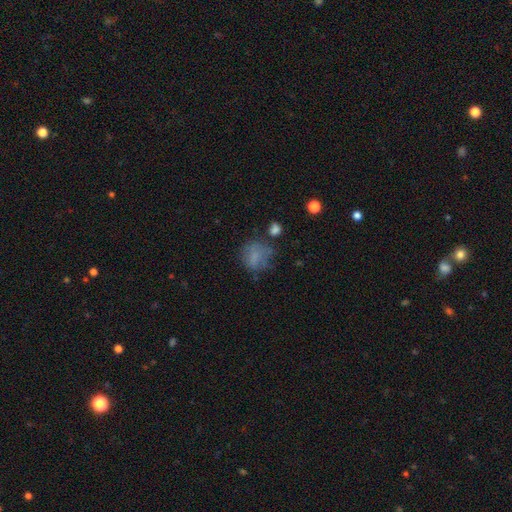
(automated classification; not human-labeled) This is likely a smooth galaxy (67%). How rounded: likely round (68%). Merging: possibly none (51%).